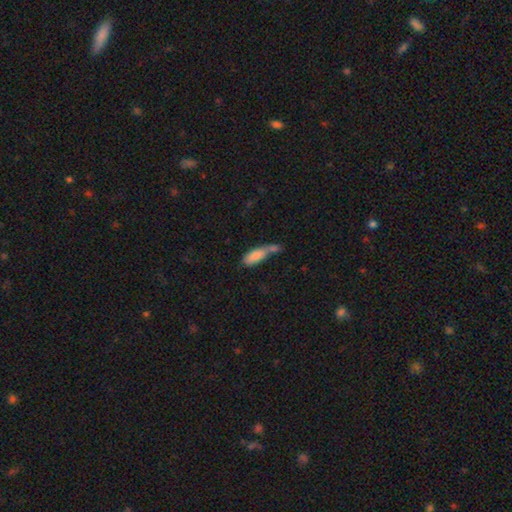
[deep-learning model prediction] smooth_or_featured: smooth (p=0.80) [alt: featured or disk p=0.13]
how_rounded: in between (p=0.67) [alt: cigar-shaped p=0.31]
merging: merger (p=0.52) [alt: none p=0.23]